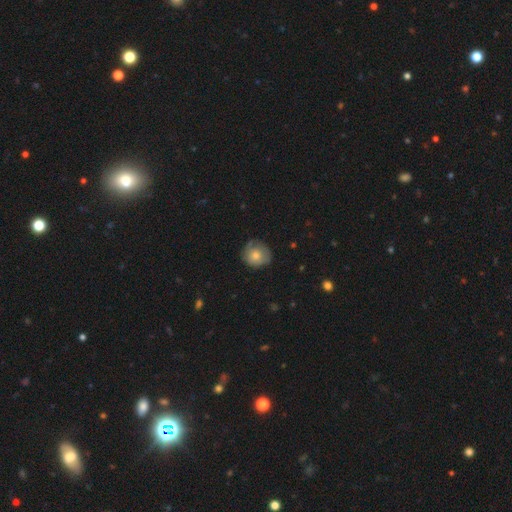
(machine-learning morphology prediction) Smooth or featured? Predicted: smooth (p=0.69). How rounded? Predicted: round (p=0.83). Merging? Predicted: none (p=0.67).